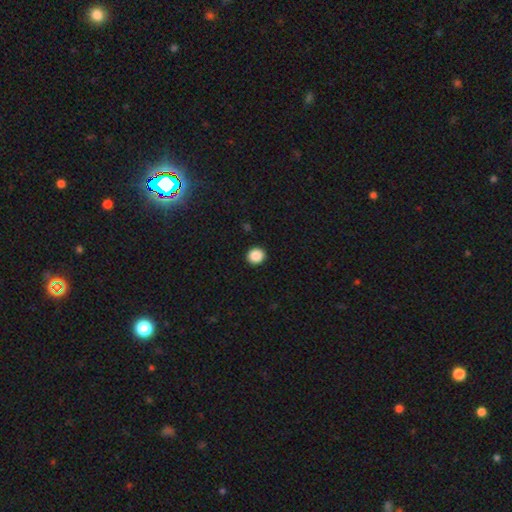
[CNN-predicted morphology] A smooth galaxy with no disk features (88%) that is round (88%). Merging: none (92%).